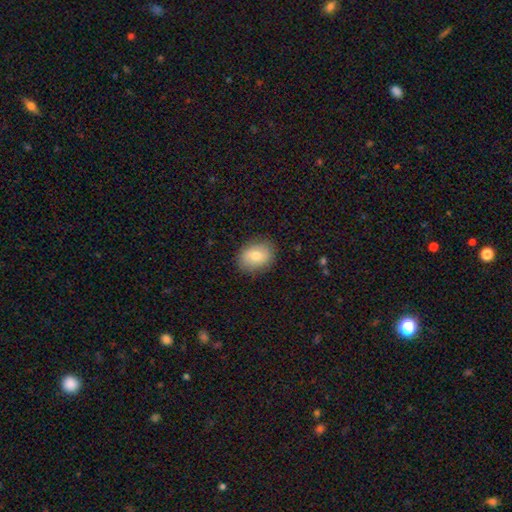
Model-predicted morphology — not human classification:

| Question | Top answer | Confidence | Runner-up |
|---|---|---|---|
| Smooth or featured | smooth | 78% | featured or disk (15%) |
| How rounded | in between | 63% | round (36%) |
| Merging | none | 85% | minor disturbance (12%) |